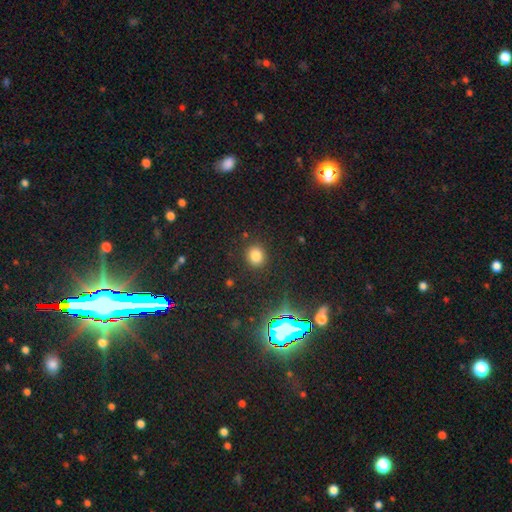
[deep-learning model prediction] Smooth or featured?
  - smooth: 79% *
  - star or artifact: 16%
  - featured or disk: 5%
How rounded?
  - round: 79% *
  - in between: 20%
  - cigar-shaped: 1%
Merging?
  - none: 88% *
  - minor disturbance: 7%
  - major disturbance: 3%
  - merger: 2%